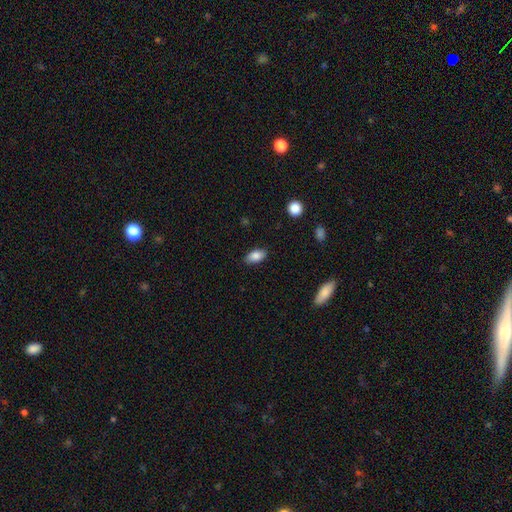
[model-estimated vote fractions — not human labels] A smooth galaxy with no disk features (85%) that is in between round and cigar-shaped (91%). Merging: none (86%).